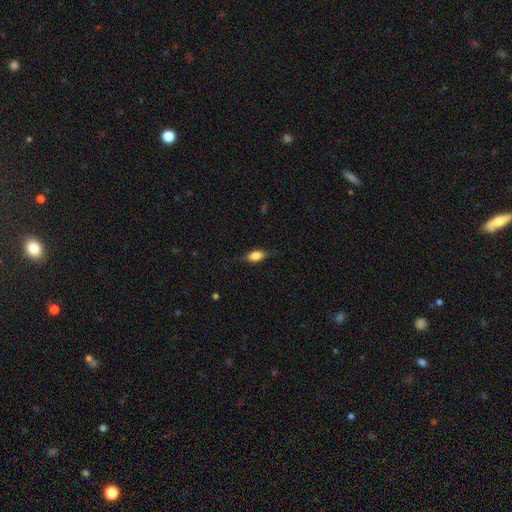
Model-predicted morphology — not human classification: smooth 63%, featured or disk 29%, star or artifact 8%. Down the decision tree: how rounded — in between (74%); merging — none (77%).